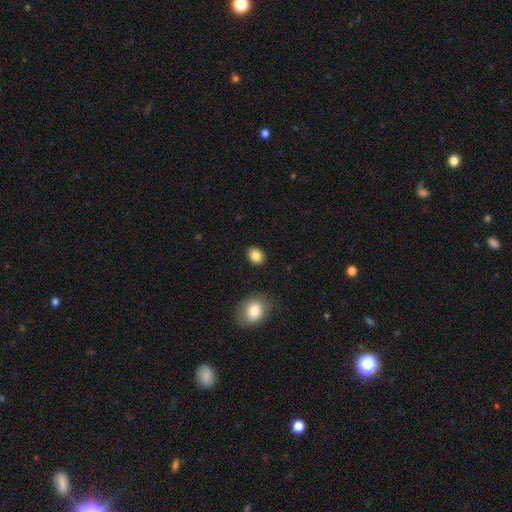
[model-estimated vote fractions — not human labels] Smooth or featured?
  - smooth: 85% *
  - star or artifact: 9%
  - featured or disk: 5%
How rounded?
  - round: 54% *
  - in between: 45%
  - cigar-shaped: 1%
Merging?
  - none: 88% *
  - minor disturbance: 7%
  - major disturbance: 2%
  - merger: 2%